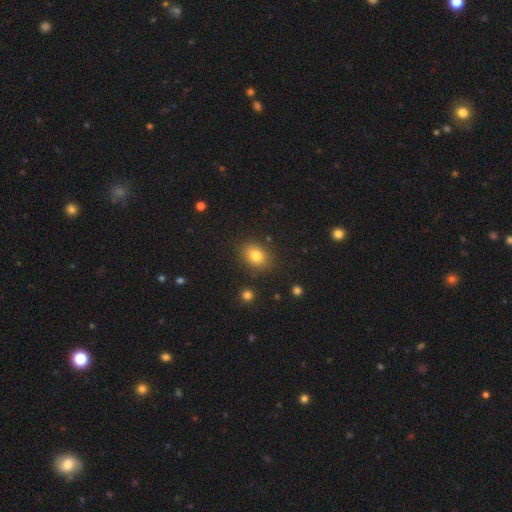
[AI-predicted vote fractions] A smooth galaxy with no disk features (81%) that is in between round and cigar-shaped (64%).

Vote fractions:
- Smooth or featured? smooth: 81% / star or artifact: 11% / featured or disk: 8%
- How rounded? in between: 64% / round: 34% / cigar-shaped: 1%
- Merging? none: 85% / minor disturbance: 10% / major disturbance: 3% / merger: 2%